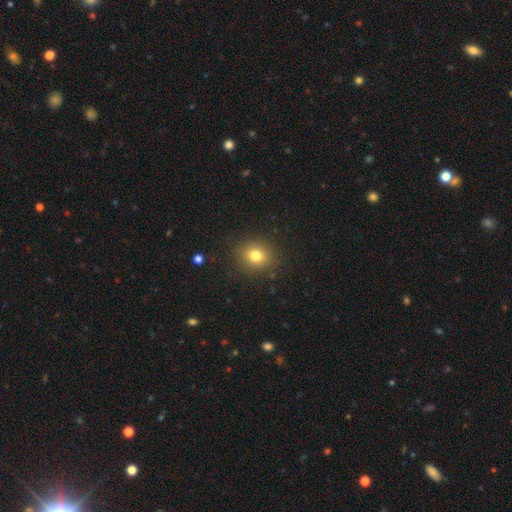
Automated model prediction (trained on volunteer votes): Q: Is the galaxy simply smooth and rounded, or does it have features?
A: smooth — 78%.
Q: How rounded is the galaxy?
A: round — 76%.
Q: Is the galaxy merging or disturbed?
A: none — 88%.